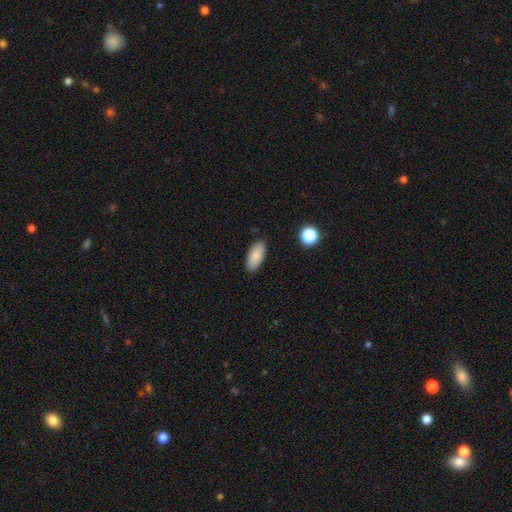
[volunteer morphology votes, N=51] This appears to be a smooth galaxy with no disk features (84%) that is in between round and cigar-shaped (77%). Merging: none (79%).